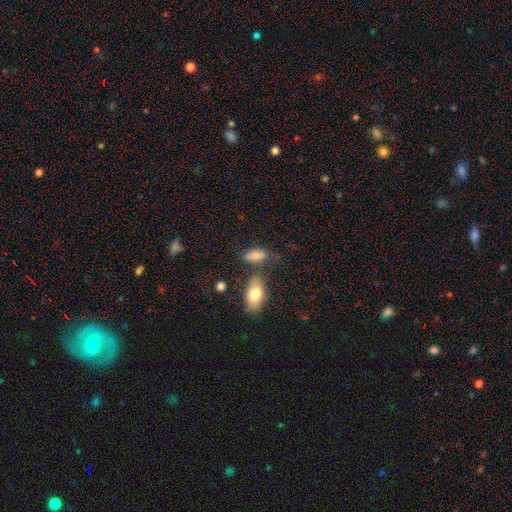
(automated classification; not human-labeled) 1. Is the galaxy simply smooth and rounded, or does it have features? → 83% smooth, 9% featured or disk, 9% star or artifact.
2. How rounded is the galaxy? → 89% in between, 5% cigar-shaped, 5% round.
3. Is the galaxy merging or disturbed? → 61% none, 19% minor disturbance, 13% merger, 7% major disturbance.